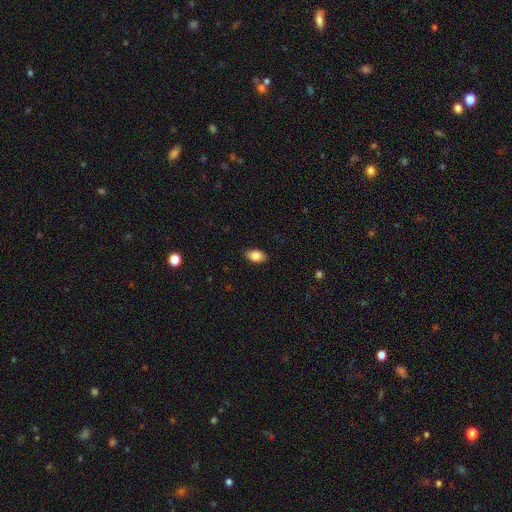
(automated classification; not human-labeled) This appears to be a smooth galaxy with no disk features (85%) that is in between round and cigar-shaped (90%). Merging: none (87%).